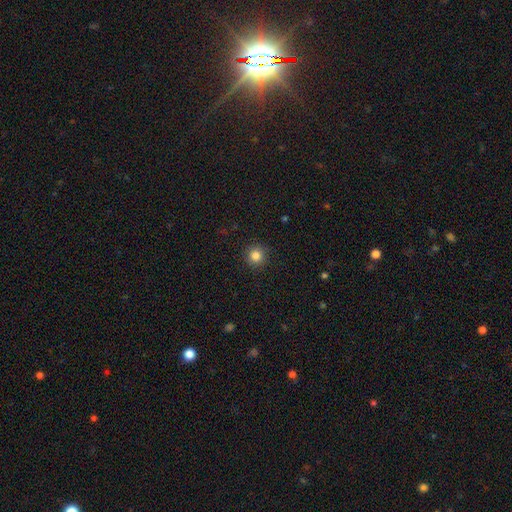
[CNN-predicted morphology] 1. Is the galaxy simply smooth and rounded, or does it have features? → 84% smooth, 12% star or artifact, 5% featured or disk.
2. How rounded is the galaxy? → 95% round, 4% in between, 1% cigar-shaped.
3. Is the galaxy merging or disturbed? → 91% none, 6% minor disturbance, 2% major disturbance, 1% merger.